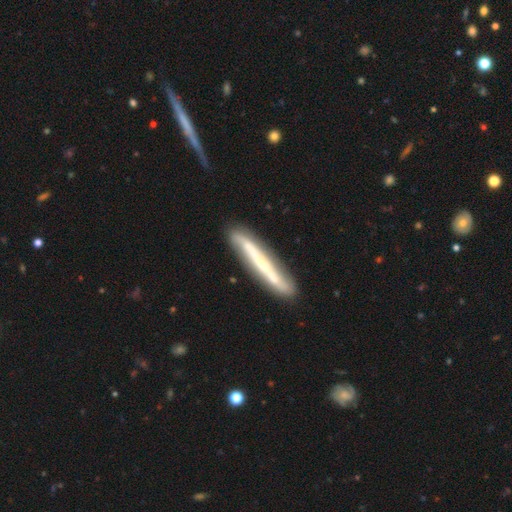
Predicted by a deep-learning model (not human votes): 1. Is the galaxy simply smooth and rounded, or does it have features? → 63% featured or disk, 31% smooth, 6% star or artifact.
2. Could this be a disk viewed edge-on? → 74% yes, 26% no.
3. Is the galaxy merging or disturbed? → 81% none, 14% minor disturbance, 3% major disturbance, 2% merger.